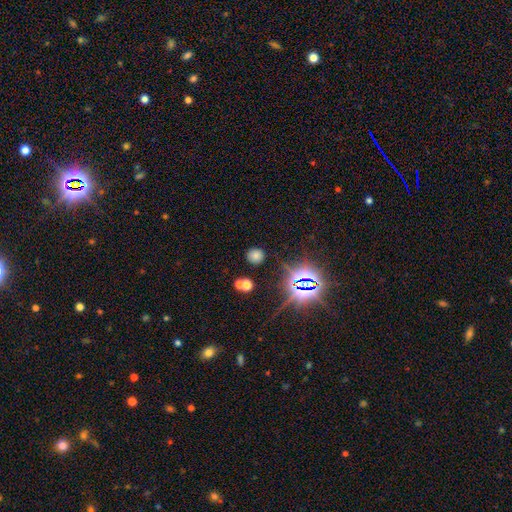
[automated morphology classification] Smooth or featured?
  - smooth: 64% *
  - star or artifact: 28%
  - featured or disk: 8%
How rounded?
  - round: 88% *
  - in between: 10%
  - cigar-shaped: 1%
Merging?
  - none: 83% *
  - minor disturbance: 8%
  - merger: 6%
  - major disturbance: 3%